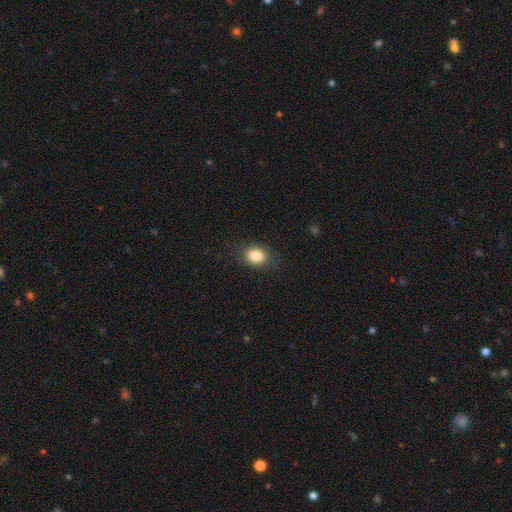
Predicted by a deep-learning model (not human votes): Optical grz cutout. It shows a smooth galaxy with no disk features (85%) that is in between round and cigar-shaped (71%). Merging: none (84%).